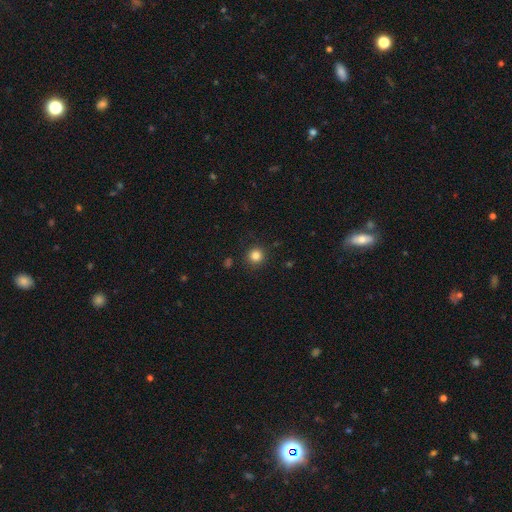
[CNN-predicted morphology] This appears to be a smooth galaxy with no disk features (83%) that is round (94%). Merging: none (91%).